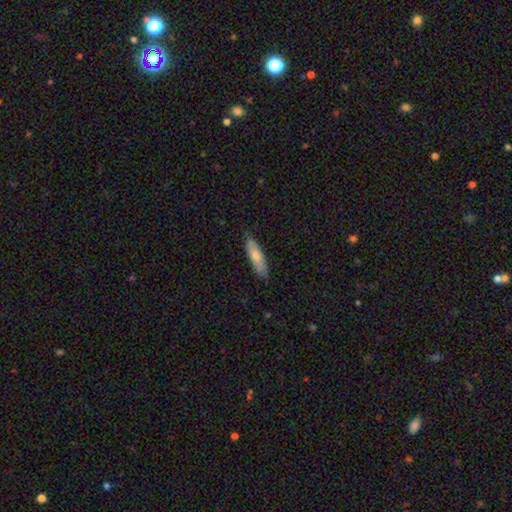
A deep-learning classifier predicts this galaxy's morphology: type=smooth (65%); roundness=cigar-shaped (62%); merging=none (85%).